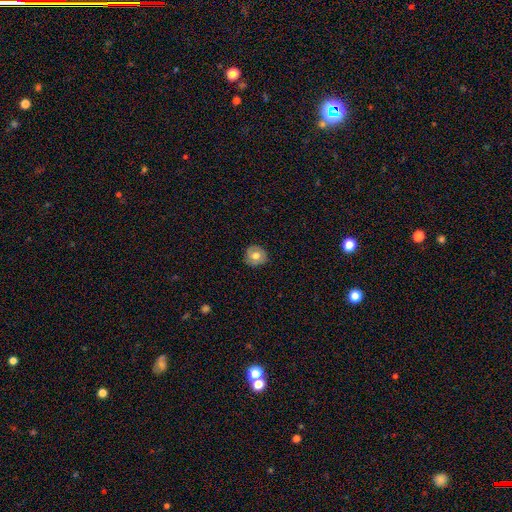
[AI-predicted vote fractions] smooth 64%, featured or disk 28%, star or artifact 8%. Down the decision tree: how rounded — round (88%); merging — none (86%).